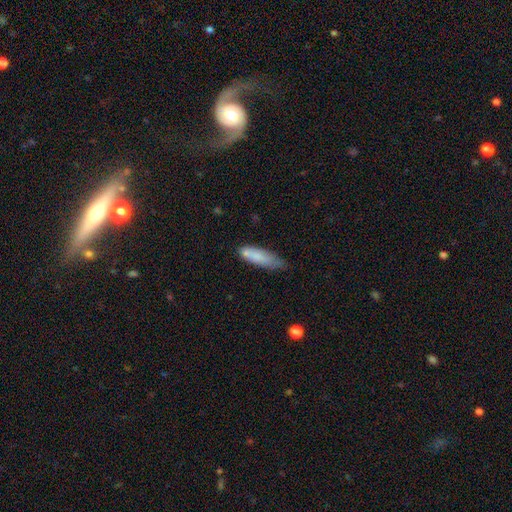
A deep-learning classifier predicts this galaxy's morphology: Smooth or featured? Predicted: smooth (p=0.80). How rounded? Predicted: cigar-shaped (p=0.56). Merging? Predicted: none (p=0.49).